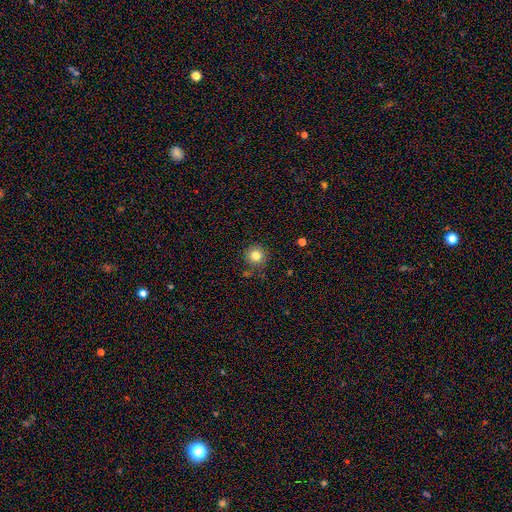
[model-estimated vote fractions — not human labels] A smooth galaxy with no disk features (82%) that is round (95%).

Vote fractions:
- Smooth or featured? smooth: 82% / star or artifact: 12% / featured or disk: 6%
- How rounded? round: 95% / in between: 4% / cigar-shaped: 1%
- Merging? none: 83% / minor disturbance: 10% / merger: 4% / major disturbance: 3%